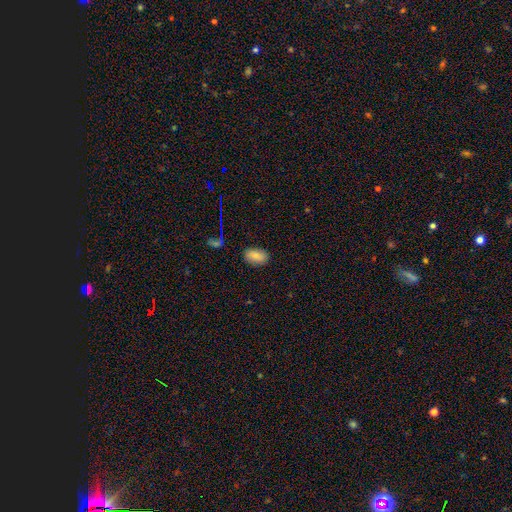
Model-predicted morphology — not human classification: Smooth or featured? smooth (83%)
How rounded? in between (92%)
Merging? none (84%)